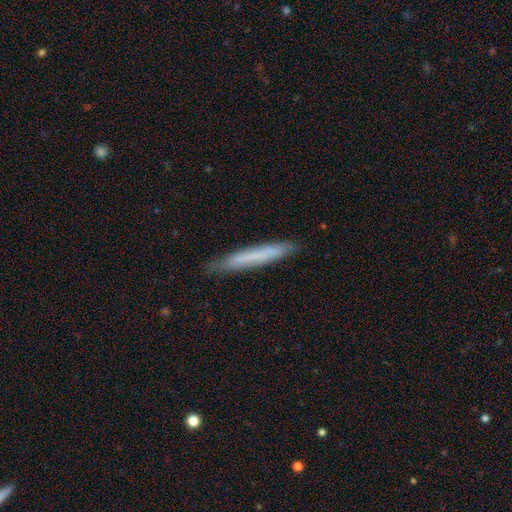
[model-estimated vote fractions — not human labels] Morphology: type=smooth (63%); roundness=cigar-shaped (96%); merging=none (85%).